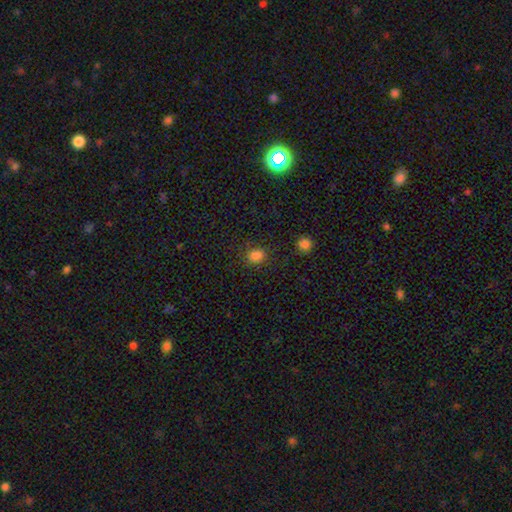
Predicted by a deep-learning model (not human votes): smooth_or_featured: smooth (p=0.81) [alt: star or artifact p=0.15]
how_rounded: round (p=0.59) [alt: in between p=0.40]
merging: none (p=0.80) [alt: minor disturbance p=0.13]